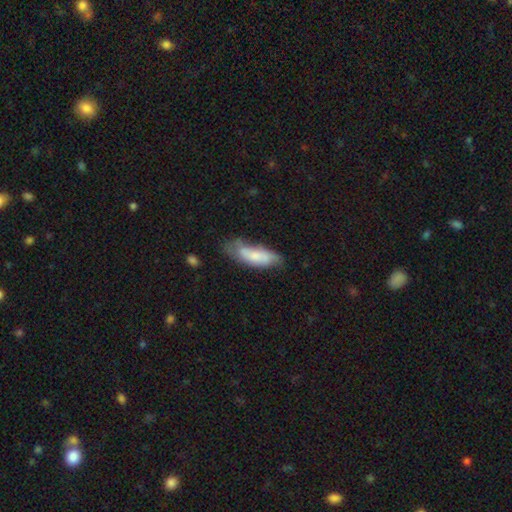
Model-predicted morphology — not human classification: smooth_or_featured: smooth (p=0.66) [alt: featured or disk p=0.27]
how_rounded: in between (p=0.60) [alt: cigar-shaped p=0.38]
merging: none (p=0.47) [alt: minor disturbance p=0.35]